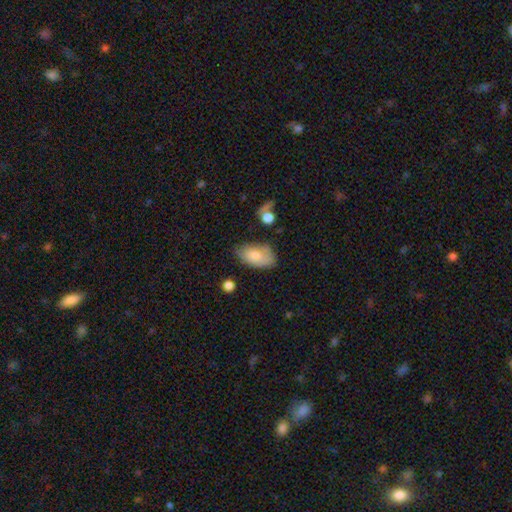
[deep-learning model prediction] Smooth or featured? Predicted: smooth (p=0.76). How rounded? Predicted: in between (p=0.93). Merging? Predicted: none (p=0.58).